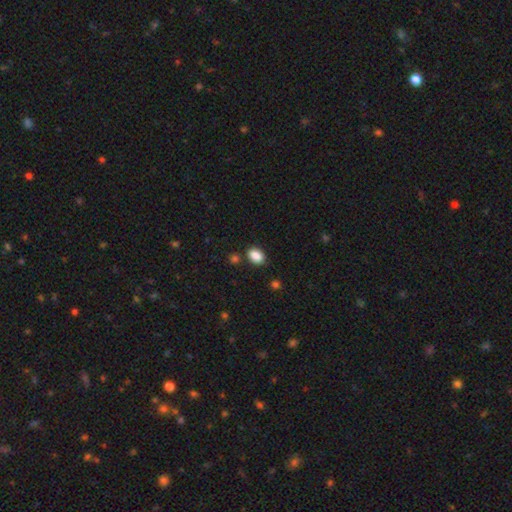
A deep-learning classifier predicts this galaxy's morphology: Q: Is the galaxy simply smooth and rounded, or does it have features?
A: smooth — 88%.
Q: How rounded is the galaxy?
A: in between — 80%.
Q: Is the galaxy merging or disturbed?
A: none — 82%.